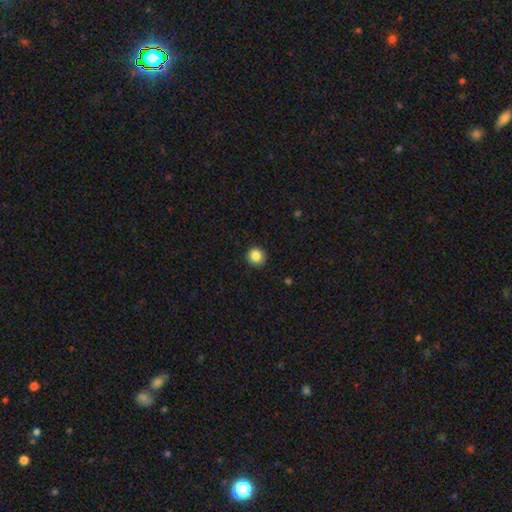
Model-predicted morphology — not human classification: smooth 86%, star or artifact 10%, featured or disk 4%. Down the decision tree: how rounded — round (92%); merging — none (91%).